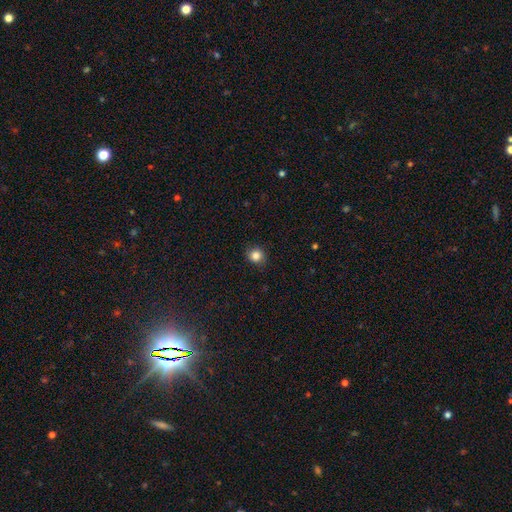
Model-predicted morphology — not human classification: Smooth or featured: smooth — 84% (star or artifact — 11%)
How rounded: round — 89% (in between — 11%)
Merging: none — 88% (minor disturbance — 8%)